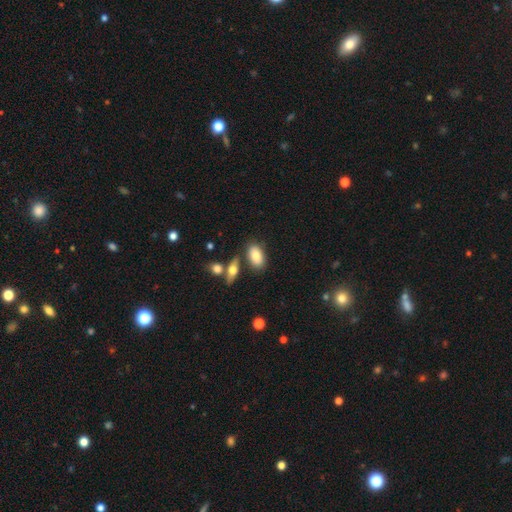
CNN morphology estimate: Overall: smooth (81%). How rounded: in between (92%). Merging: none (71%).